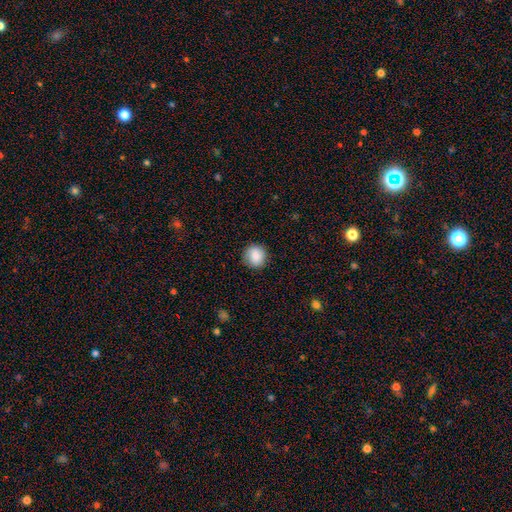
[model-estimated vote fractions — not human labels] This appears to be a smooth galaxy with no disk features (87%) that is round (91%). Merging: none (89%).